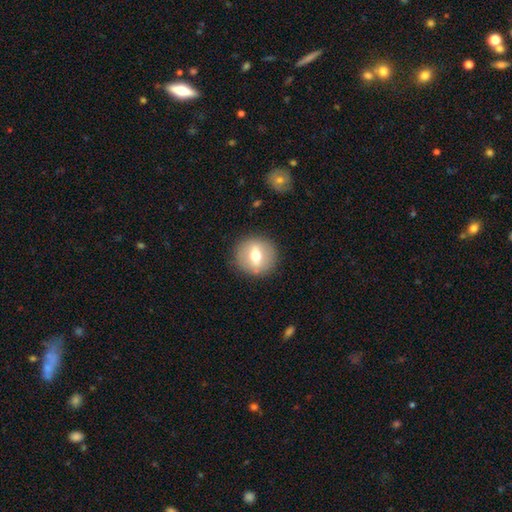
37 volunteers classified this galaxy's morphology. smooth-or-featured: smooth: 46% (tied) | featured or disk: 46% (tied) | star or artifact: 8%
  how-rounded: round: 76% | cigar-shaped: 18% | in between: 6%
  merging: none: 85% | minor disturbance: 15% | major disturbance: 0% | merger: 0%